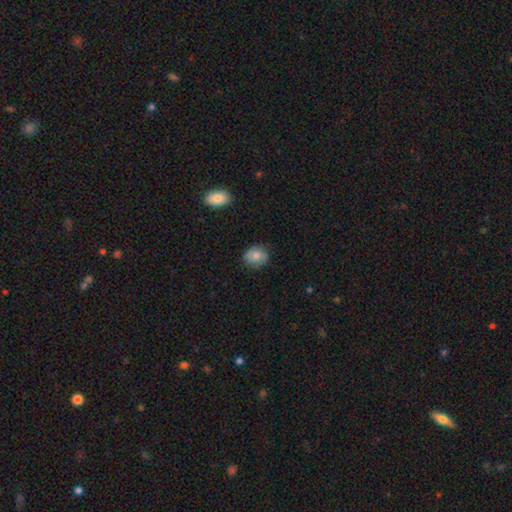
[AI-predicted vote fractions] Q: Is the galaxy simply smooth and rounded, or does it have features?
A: smooth — 78%.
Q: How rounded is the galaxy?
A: round — 72%.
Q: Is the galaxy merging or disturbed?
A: none — 81%.